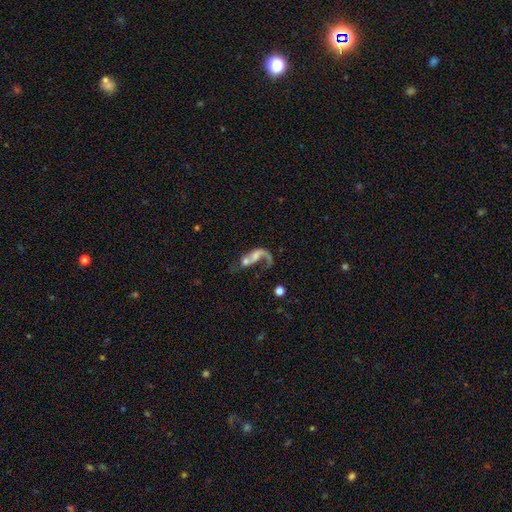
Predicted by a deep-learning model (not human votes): A featured or disk galaxy (61%) with no bar (69%), spiral arms (66%) and no central bulge (35%). Merging: merger (45%).